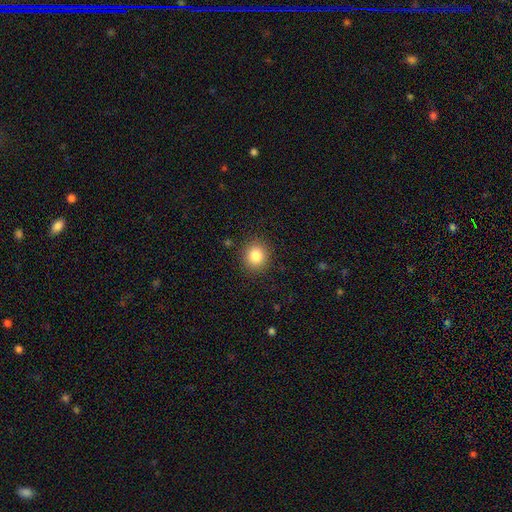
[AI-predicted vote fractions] Q: Smooth or featured?
A: smooth (84%); runner-up: star or artifact (10%)
Q: How rounded?
A: round (88%); runner-up: in between (11%)
Q: Merging?
A: none (90%); runner-up: minor disturbance (7%)